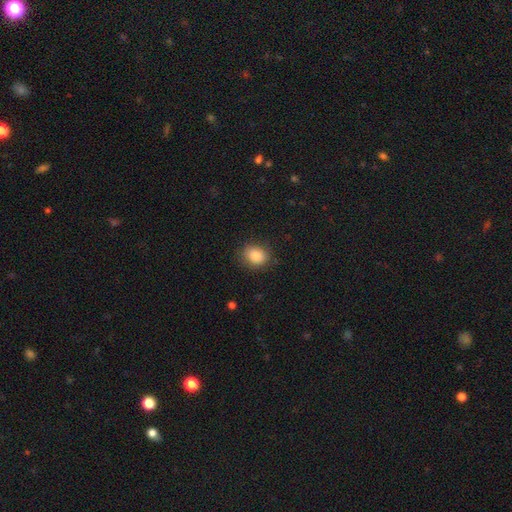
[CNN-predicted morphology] A smooth galaxy with no disk features (85%) that is round (57%).

Vote fractions:
- Smooth or featured? smooth: 85% / star or artifact: 9% / featured or disk: 6%
- How rounded? round: 57% / in between: 42% / cigar-shaped: 1%
- Merging? none: 83% / minor disturbance: 12% / major disturbance: 3% / merger: 1%